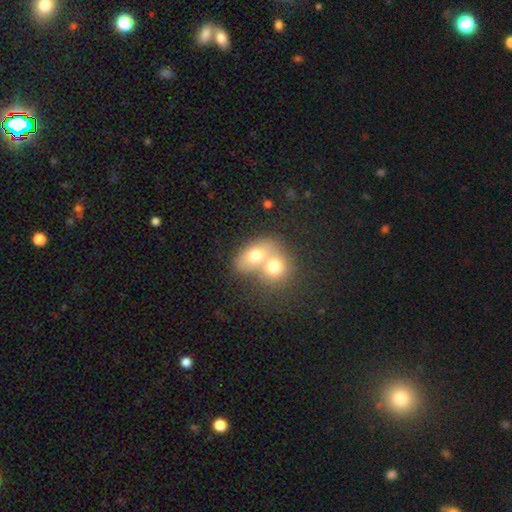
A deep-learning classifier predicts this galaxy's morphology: smooth_or_featured: smooth (p=0.66) [alt: featured or disk p=0.24]
how_rounded: in between (p=0.54) [alt: round p=0.45]
merging: merger (p=0.68) [alt: none p=0.22]